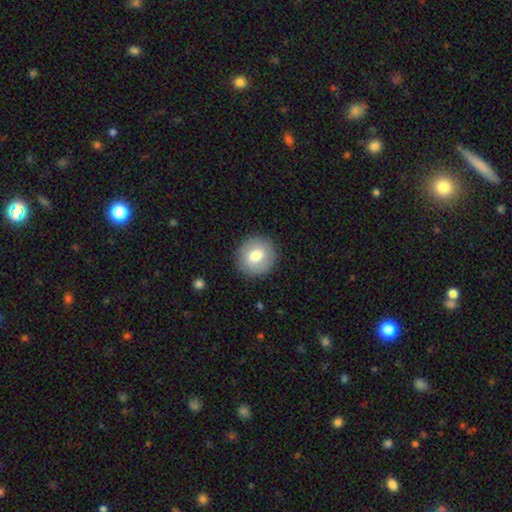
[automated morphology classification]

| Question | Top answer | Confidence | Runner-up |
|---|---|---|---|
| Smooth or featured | smooth | 73% | featured or disk (19%) |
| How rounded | round | 87% | in between (12%) |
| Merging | none | 89% | minor disturbance (8%) |